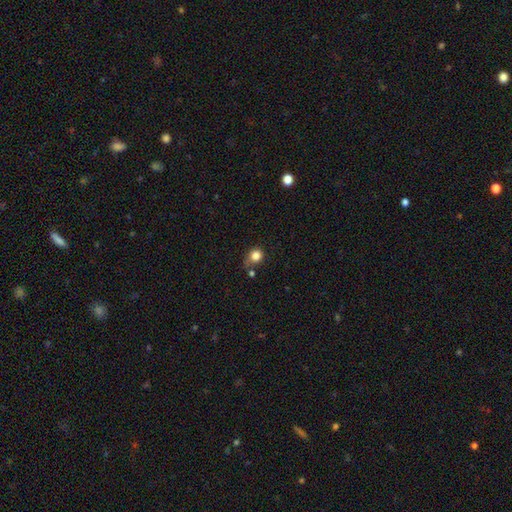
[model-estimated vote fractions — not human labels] smooth 82%, star or artifact 11%, featured or disk 7%. Down the decision tree: how rounded — round (78%); merging — none (51%).